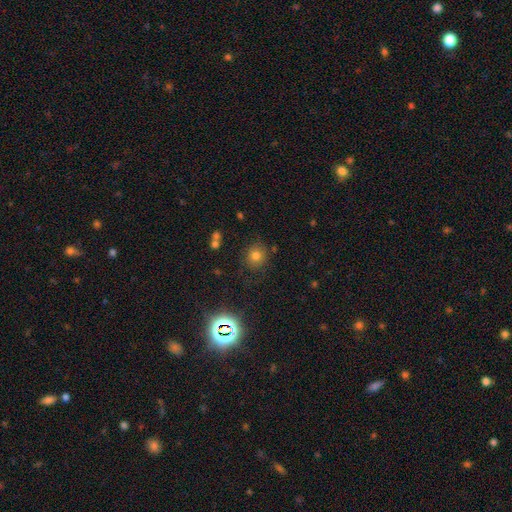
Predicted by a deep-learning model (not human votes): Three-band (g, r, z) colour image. It shows a smooth galaxy with no disk features (73%) that is round (85%). Merging: none (82%).